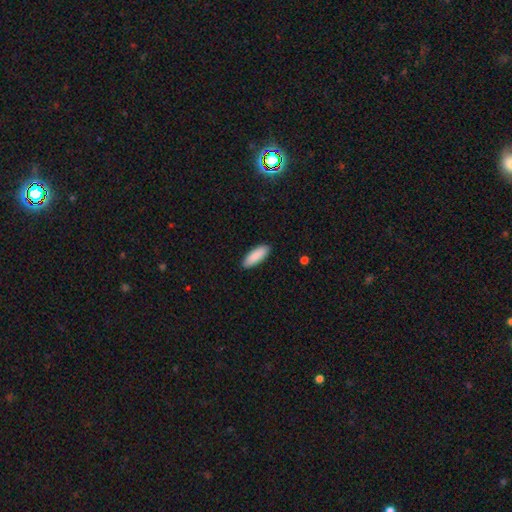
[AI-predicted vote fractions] This is clearly a smooth galaxy (90%). How rounded: likely in between (69%). Merging: clearly none (90%).